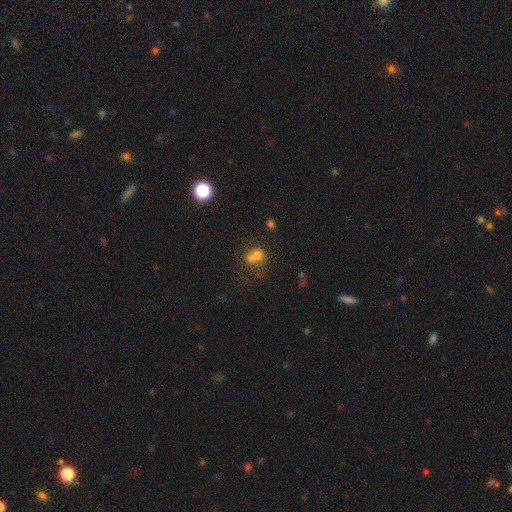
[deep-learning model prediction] This is likely a smooth galaxy (65%). How rounded: likely round (70%). Merging: possibly merger (57%).